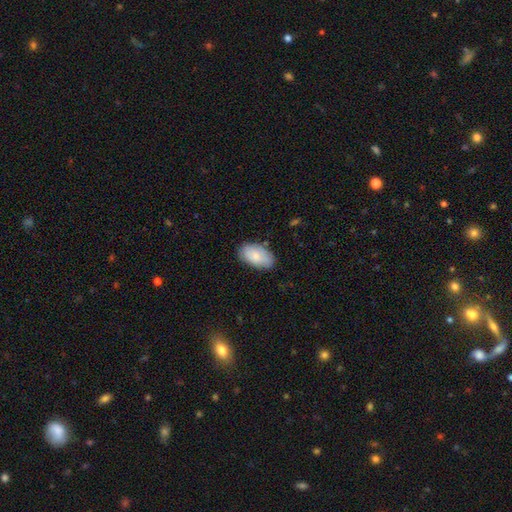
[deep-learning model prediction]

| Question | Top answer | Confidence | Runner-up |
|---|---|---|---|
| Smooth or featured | smooth | 79% | featured or disk (14%) |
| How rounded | in between | 94% | round (4%) |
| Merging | none | 77% | minor disturbance (18%) |